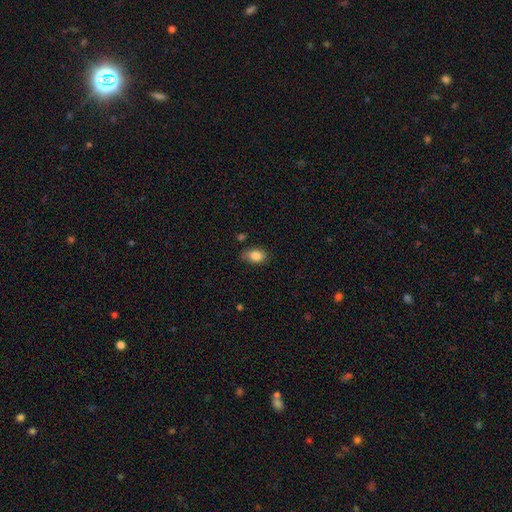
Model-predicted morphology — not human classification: smooth-or-featured: smooth: 85% | star or artifact: 8% | featured or disk: 7%
  how-rounded: in between: 84% | round: 14% | cigar-shaped: 2%
  merging: none: 77% | minor disturbance: 17% | major disturbance: 3% | merger: 2%